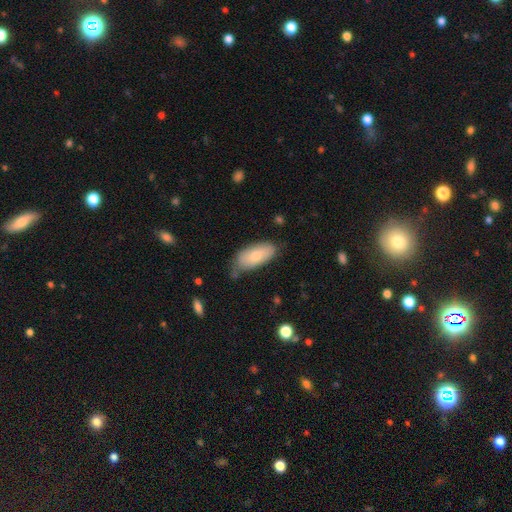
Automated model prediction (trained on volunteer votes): This appears to be a smooth galaxy with no disk features (79%) that is in between round and cigar-shaped (89%). Merging: none (64%).